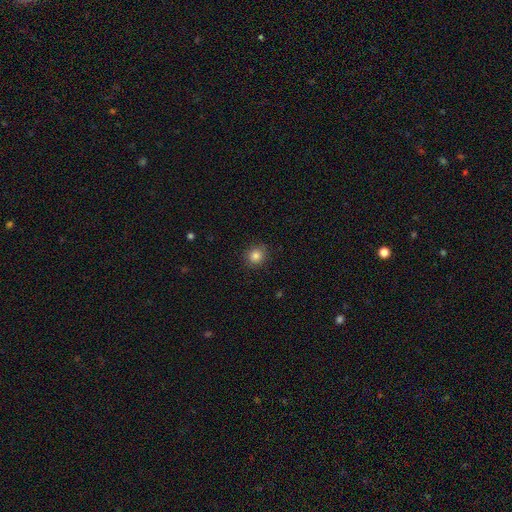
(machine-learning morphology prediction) The model was most divided on "smooth or featured": smooth: 84%, star or artifact: 11%, featured or disk: 4%. More confident: merging — none (89%); how rounded — round (87%).